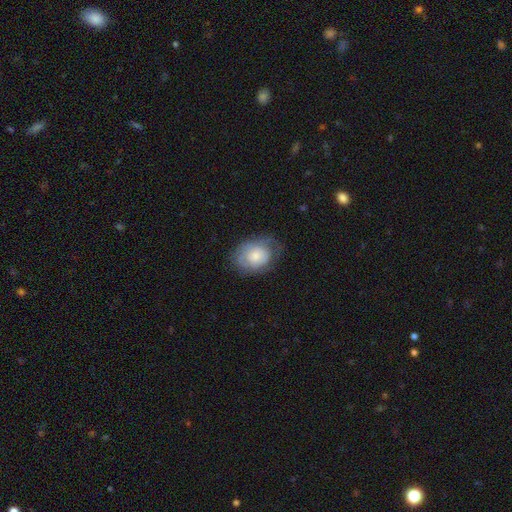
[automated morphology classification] Smooth or featured?
  - smooth: 57% *
  - featured or disk: 35%
  - star or artifact: 8%
How rounded?
  - in between: 60% *
  - round: 39%
  - cigar-shaped: 1%
Merging?
  - none: 57% *
  - minor disturbance: 28%
  - major disturbance: 14%
  - merger: 1%